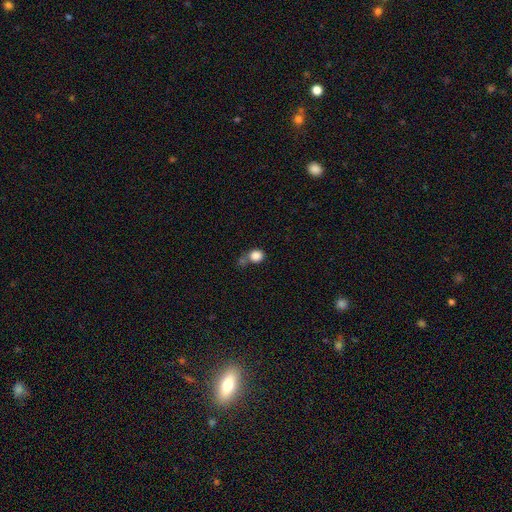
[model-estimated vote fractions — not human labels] Smooth or featured?
  - smooth: 85% *
  - star or artifact: 10%
  - featured or disk: 6%
How rounded?
  - round: 72% *
  - in between: 26%
  - cigar-shaped: 1%
Merging?
  - none: 44% *
  - merger: 28%
  - minor disturbance: 16%
  - major disturbance: 11%